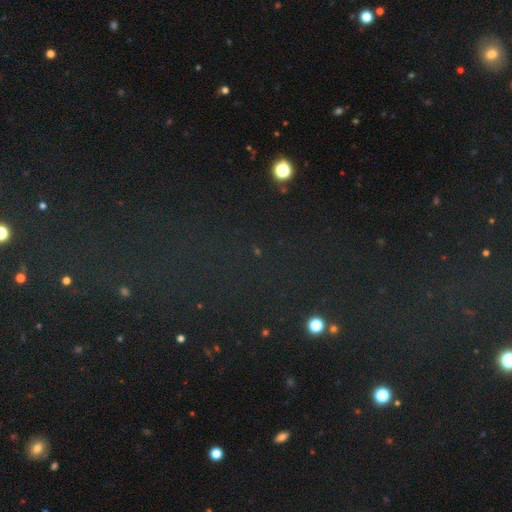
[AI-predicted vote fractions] smooth_or_featured: star or artifact (p=0.68) [alt: smooth p=0.20]